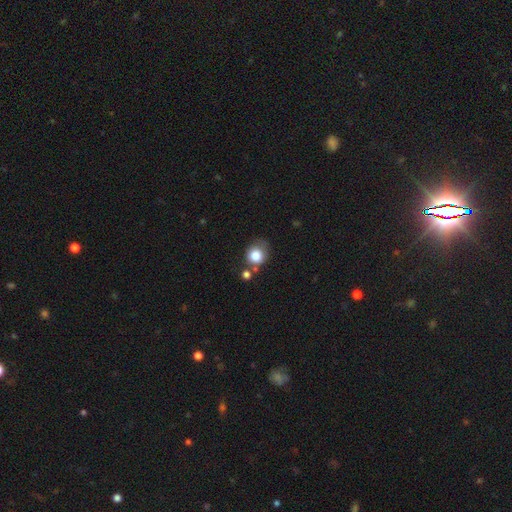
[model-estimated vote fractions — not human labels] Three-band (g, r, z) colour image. It shows a smooth galaxy with no disk features (80%) that is round (81%). Merging: none (55%).